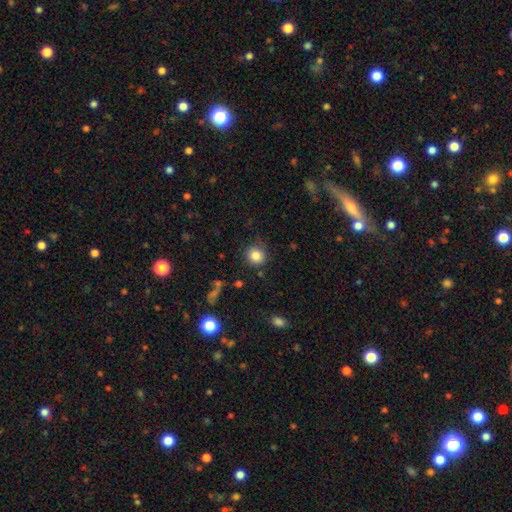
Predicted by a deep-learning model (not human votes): Smooth or featured? Predicted: smooth (p=0.84). How rounded? Predicted: round (p=0.89). Merging? Predicted: none (p=0.85).